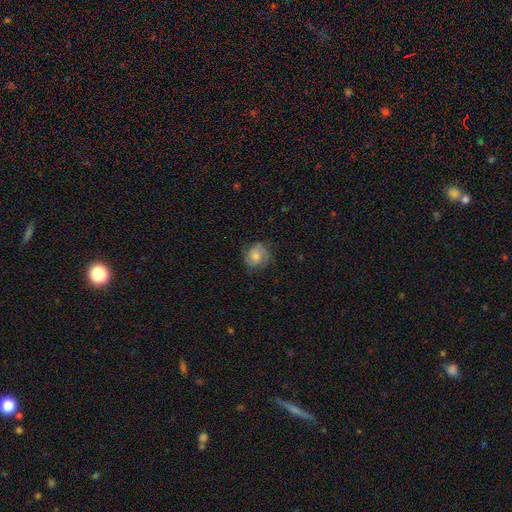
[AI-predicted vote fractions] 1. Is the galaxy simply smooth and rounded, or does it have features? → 45% featured or disk, 44% smooth, 11% star or artifact.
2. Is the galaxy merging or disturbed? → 73% none, 19% minor disturbance, 7% major disturbance, 1% merger.